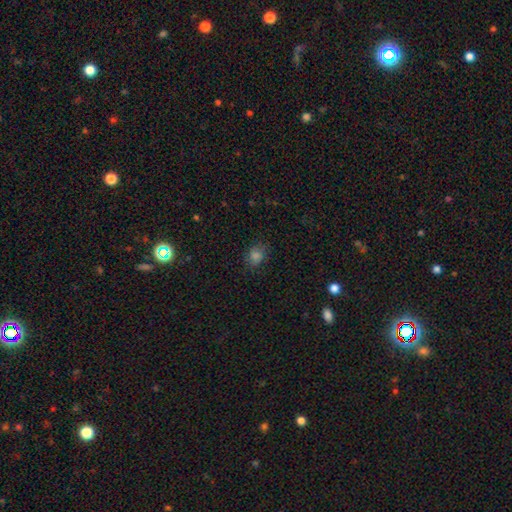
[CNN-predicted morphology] Q: Smooth or featured?
A: smooth (71%); runner-up: star or artifact (21%)
Q: How rounded?
A: round (51%); runner-up: in between (48%)
Q: Merging?
A: none (76%); runner-up: minor disturbance (17%)